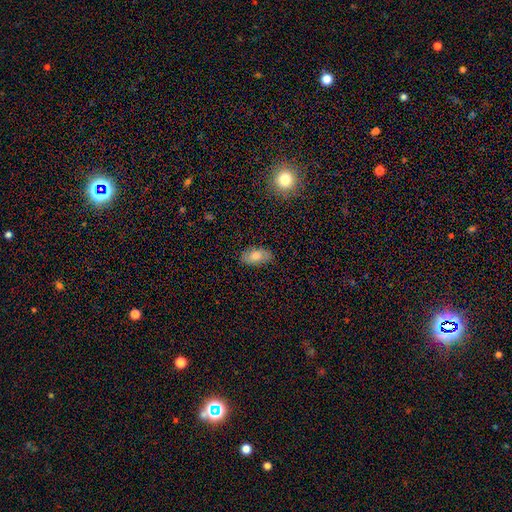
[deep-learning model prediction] Q: Smooth or featured?
A: smooth (73%); runner-up: featured or disk (18%)
Q: How rounded?
A: in between (93%); runner-up: round (4%)
Q: Merging?
A: none (83%); runner-up: minor disturbance (13%)